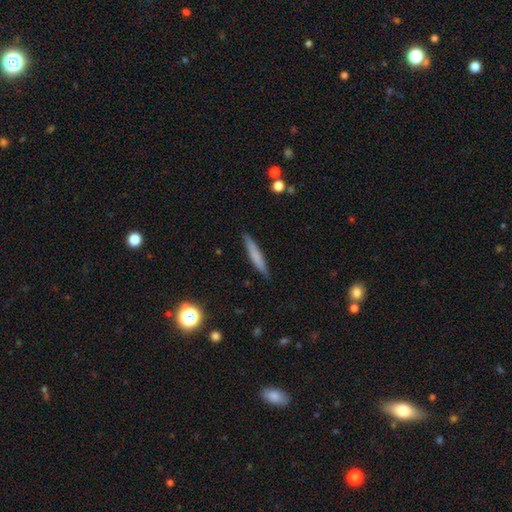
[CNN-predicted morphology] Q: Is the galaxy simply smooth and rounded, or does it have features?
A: smooth — 67%.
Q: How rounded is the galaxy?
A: cigar-shaped — 93%.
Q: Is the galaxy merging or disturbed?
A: none — 89%.